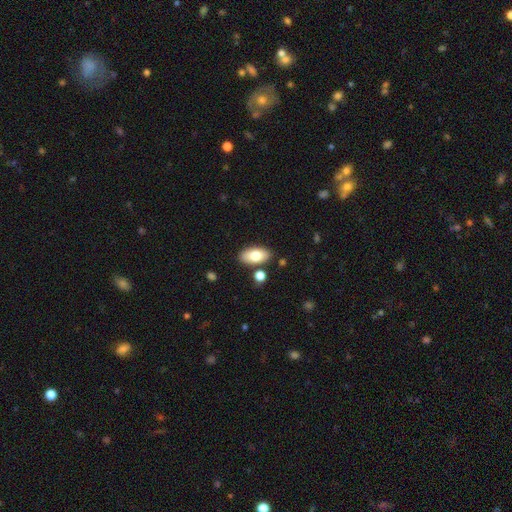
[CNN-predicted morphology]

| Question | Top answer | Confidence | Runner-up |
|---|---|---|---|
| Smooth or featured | smooth | 78% | featured or disk (15%) |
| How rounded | in between | 92% | cigar-shaped (4%) |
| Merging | none | 82% | minor disturbance (10%) |